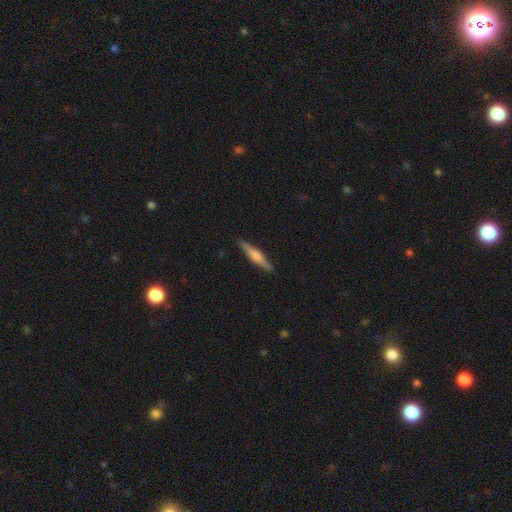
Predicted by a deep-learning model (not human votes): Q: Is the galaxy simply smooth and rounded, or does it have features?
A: featured or disk — 59%.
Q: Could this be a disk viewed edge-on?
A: yes — 97%.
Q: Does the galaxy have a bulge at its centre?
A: rounded — 70%.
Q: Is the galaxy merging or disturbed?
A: none — 89%.